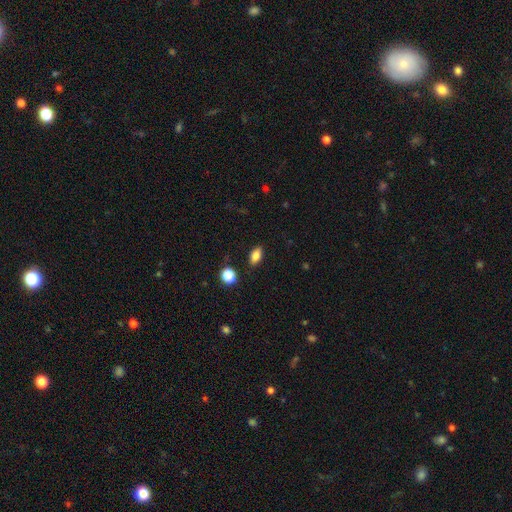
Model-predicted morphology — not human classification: smooth_or_featured: smooth (p=0.82) [alt: star or artifact p=0.10]
how_rounded: in between (p=0.86) [alt: round p=0.10]
merging: none (p=0.86) [alt: minor disturbance p=0.10]